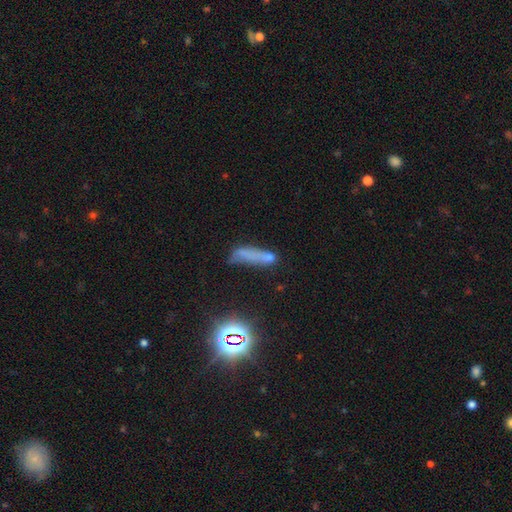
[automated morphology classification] smooth-or-featured: smooth: 50% | star or artifact: 28% | featured or disk: 22%
  merging: none: 47% | minor disturbance: 24% | major disturbance: 16% | merger: 13%